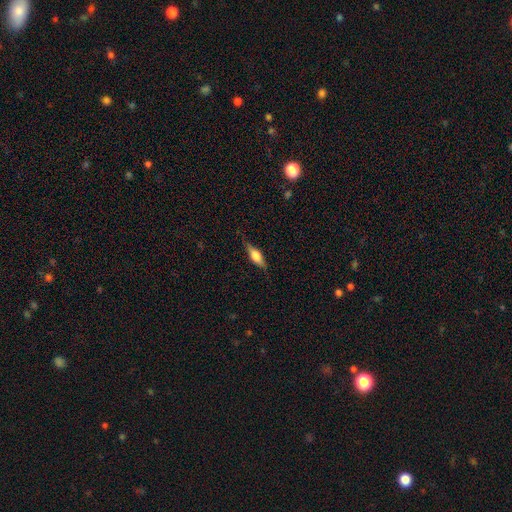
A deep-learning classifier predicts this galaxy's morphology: Smooth or featured?
  - smooth: 49% *
  - featured or disk: 44%
  - star or artifact: 7%
Merging?
  - none: 82% *
  - minor disturbance: 14%
  - major disturbance: 3%
  - merger: 1%